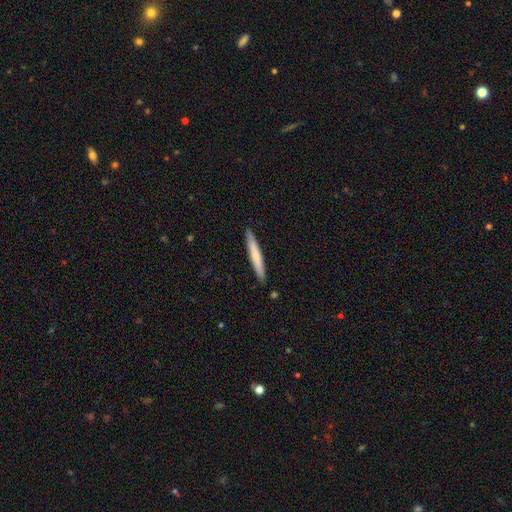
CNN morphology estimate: Smooth or featured? Predicted: smooth (p=0.64). How rounded? Predicted: cigar-shaped (p=0.96). Merging? Predicted: none (p=0.91).